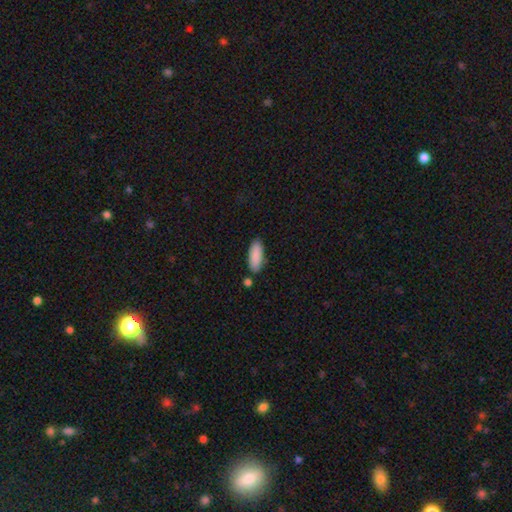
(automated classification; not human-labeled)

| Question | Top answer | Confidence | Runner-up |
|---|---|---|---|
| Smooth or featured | smooth | 89% | star or artifact (6%) |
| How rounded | in between | 76% | cigar-shaped (22%) |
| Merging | none | 79% | minor disturbance (12%) |